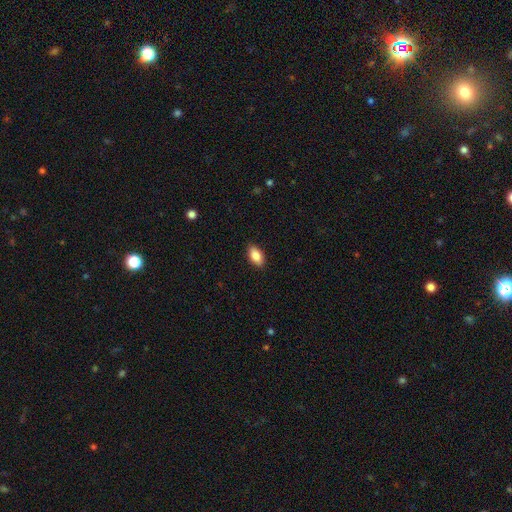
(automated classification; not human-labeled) This appears to be a smooth galaxy with no disk features (86%) that is in between round and cigar-shaped (92%). Merging: none (89%).